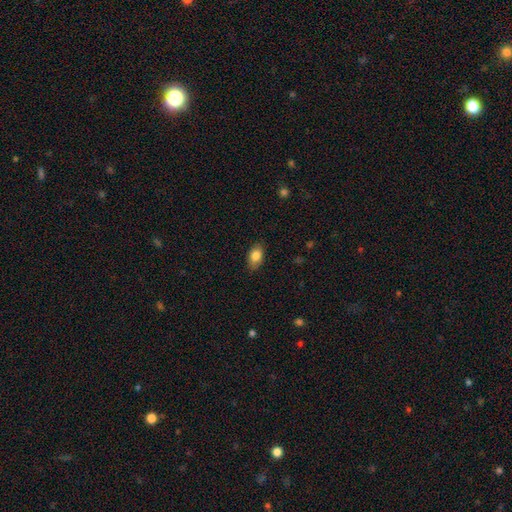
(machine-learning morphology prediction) Smooth or featured?
  - smooth: 83% *
  - featured or disk: 9%
  - star or artifact: 7%
How rounded?
  - in between: 89% *
  - round: 8%
  - cigar-shaped: 2%
Merging?
  - none: 85% *
  - minor disturbance: 11%
  - major disturbance: 2%
  - merger: 1%